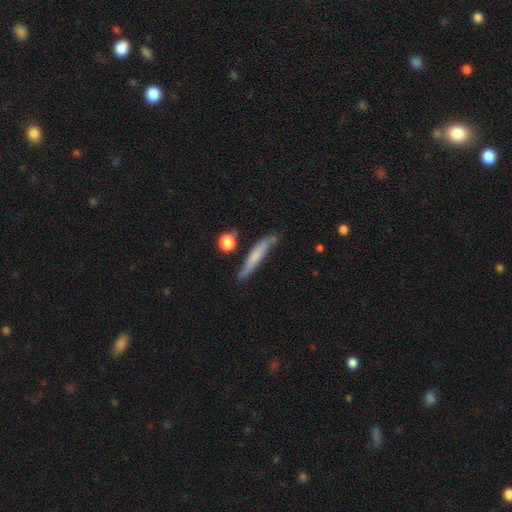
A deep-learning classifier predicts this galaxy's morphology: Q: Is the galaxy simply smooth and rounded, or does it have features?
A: smooth — 57%.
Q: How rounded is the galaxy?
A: cigar-shaped — 89%.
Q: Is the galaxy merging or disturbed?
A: none — 71%.